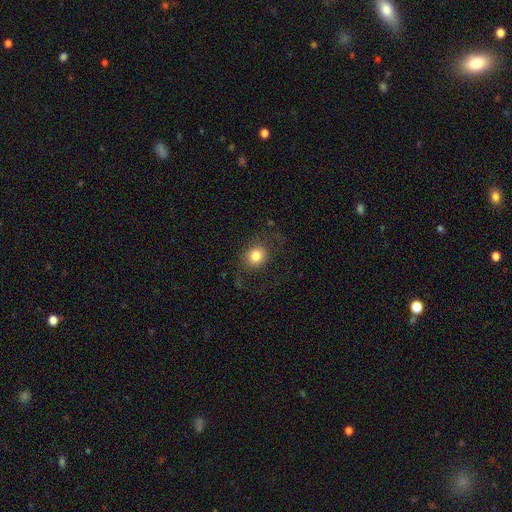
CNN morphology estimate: Smooth or featured? smooth (77%)
How rounded? round (75%)
Merging? none (69%)